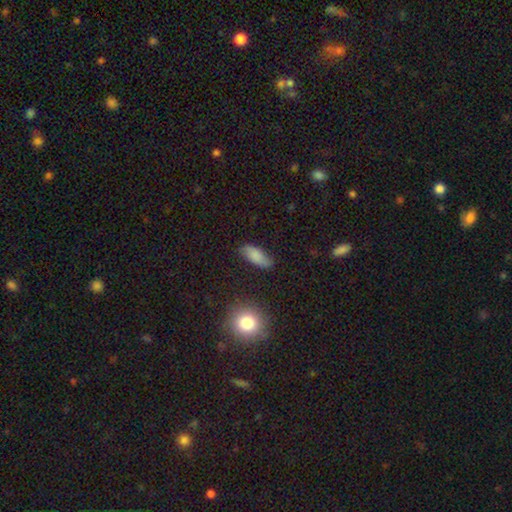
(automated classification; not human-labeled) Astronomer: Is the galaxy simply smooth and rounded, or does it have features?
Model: smooth — 80%.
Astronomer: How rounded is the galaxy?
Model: in between — 80%.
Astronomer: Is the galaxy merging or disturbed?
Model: none — 76%.